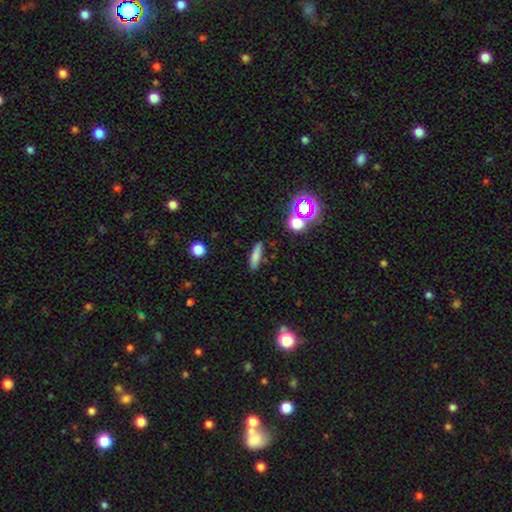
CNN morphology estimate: Smooth or featured? Predicted: smooth (p=0.76). How rounded? Predicted: cigar-shaped (p=0.70). Merging? Predicted: none (p=0.84).